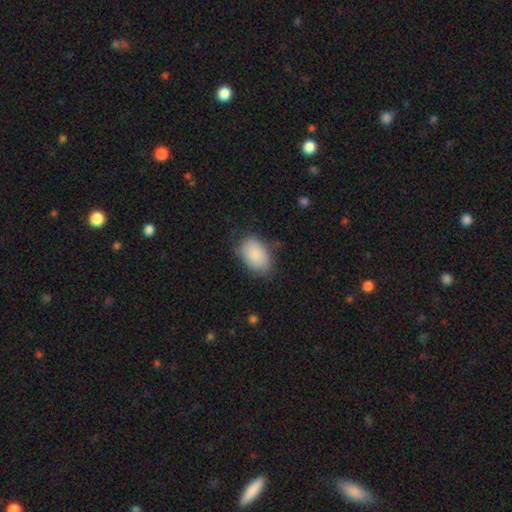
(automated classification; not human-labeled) Morphology: type=smooth (86%); roundness=in between (89%); merging=none (73%).